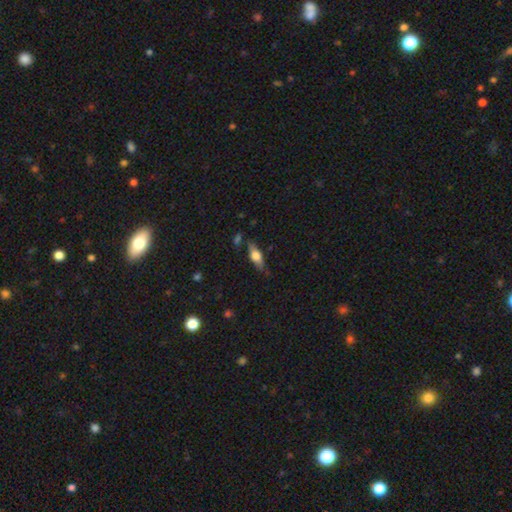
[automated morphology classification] Smooth or featured? smooth (52%)
How rounded? in between (61%)
Merging? none (73%)